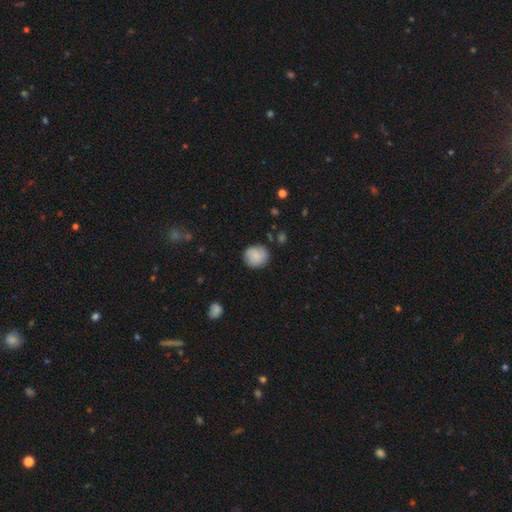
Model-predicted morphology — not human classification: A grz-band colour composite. It shows a smooth galaxy with no disk features (80%) that is round (88%). Merging: none (83%).